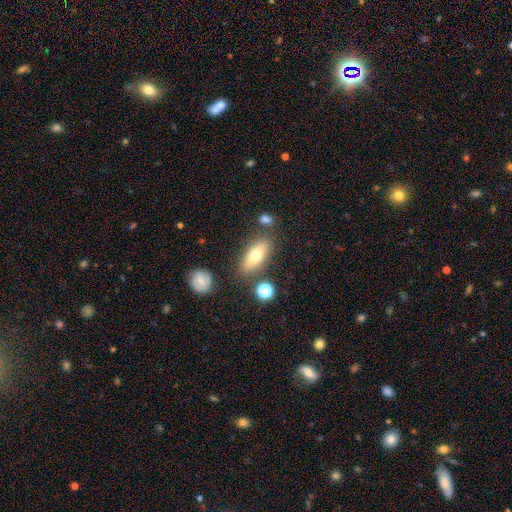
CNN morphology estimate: Overall: smooth (68%). How rounded: in between (75%). Merging: none (77%).